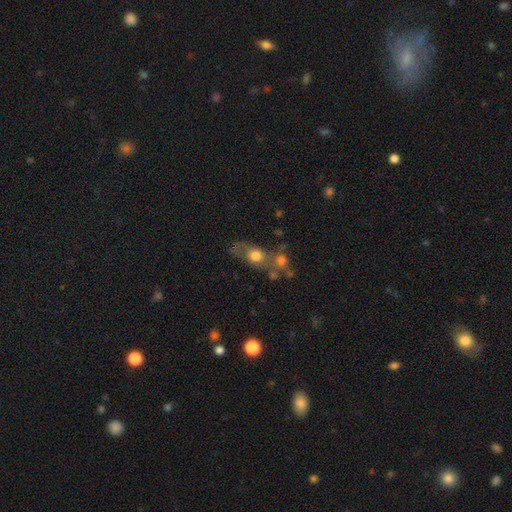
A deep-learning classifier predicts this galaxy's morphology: smooth-or-featured: smooth: 64% | featured or disk: 26% | star or artifact: 10%
  how-rounded: in between: 55% | round: 36% | cigar-shaped: 9%
  merging: none: 38% | merger: 34% | minor disturbance: 16% | major disturbance: 11%